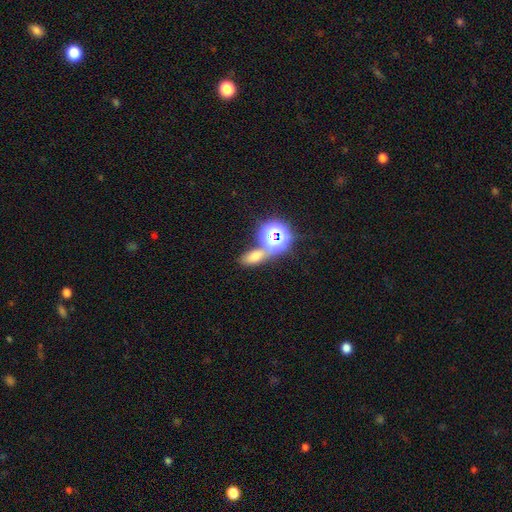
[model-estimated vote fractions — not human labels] Q: Smooth or featured?
A: smooth (54%); runner-up: star or artifact (36%)
Q: How rounded?
A: in between (73%); runner-up: round (21%)
Q: Merging?
A: none (61%); runner-up: merger (23%)